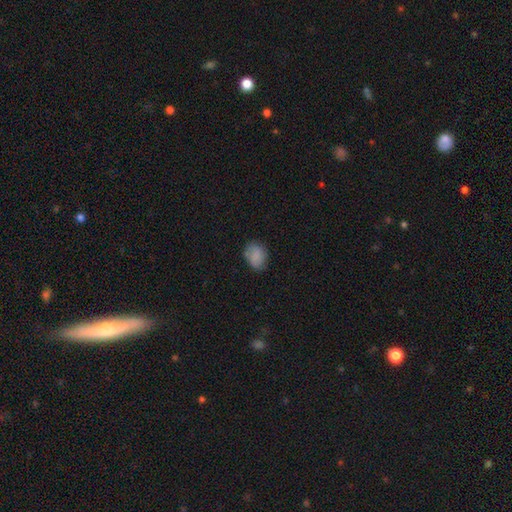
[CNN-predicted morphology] Smooth or featured: smooth — 82% (featured or disk — 10%)
How rounded: in between — 65% (round — 34%)
Merging: none — 72% (minor disturbance — 21%)